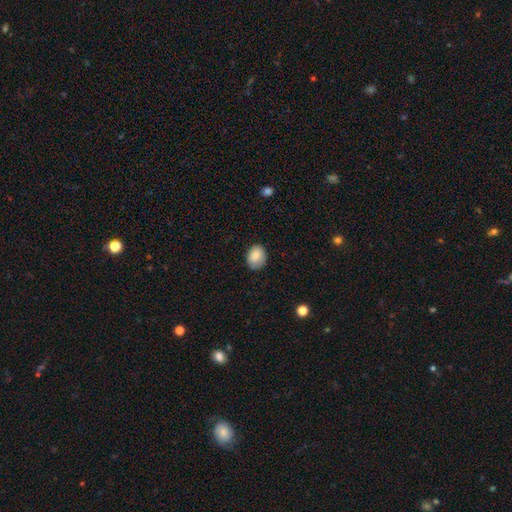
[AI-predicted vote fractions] The model was most divided on "how rounded": in between: 57%, round: 43%, cigar-shaped: 1%. More confident: smooth or featured — smooth (85%); merging — none (78%).